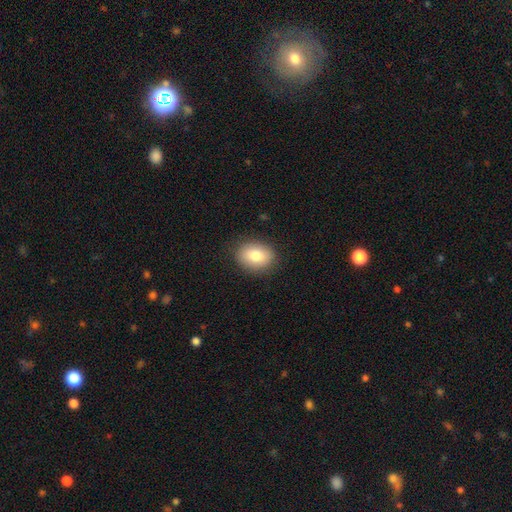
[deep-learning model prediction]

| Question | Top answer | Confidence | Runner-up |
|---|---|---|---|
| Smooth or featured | smooth | 80% | featured or disk (12%) |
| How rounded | in between | 61% | round (38%) |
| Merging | none | 87% | minor disturbance (10%) |